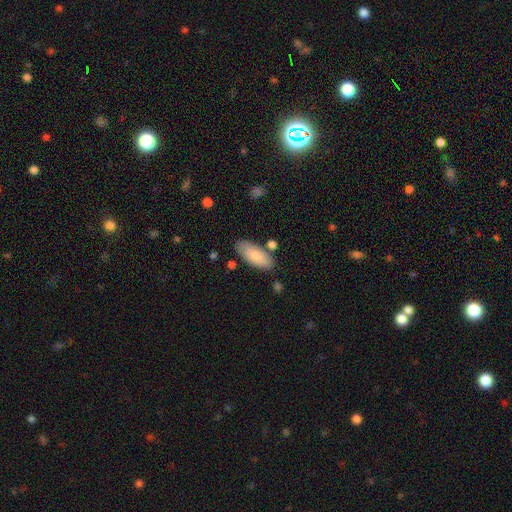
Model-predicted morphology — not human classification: Overall: smooth (81%). How rounded: in between (83%). Merging: none (77%).